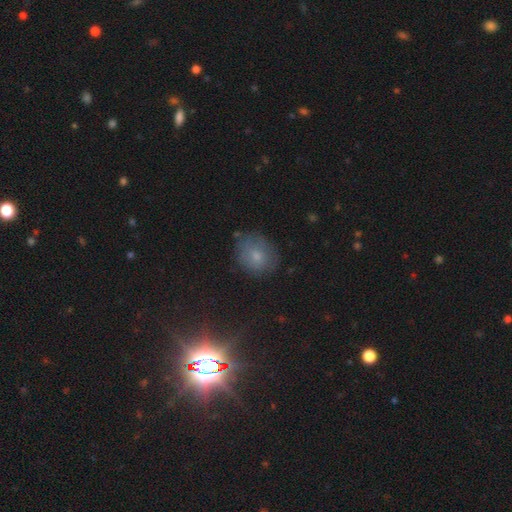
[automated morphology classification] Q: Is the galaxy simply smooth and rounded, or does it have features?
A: smooth — 70%.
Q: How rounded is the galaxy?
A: round — 64%.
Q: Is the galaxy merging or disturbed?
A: none — 73%.